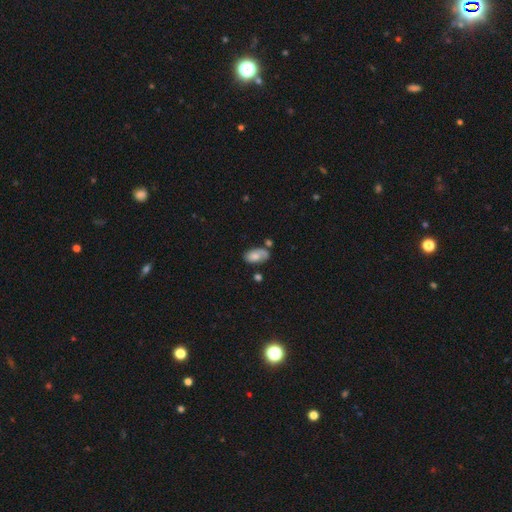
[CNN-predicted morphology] This appears to be a smooth galaxy with no disk features (65%) that is in between round and cigar-shaped (92%). Merging: none (51%).